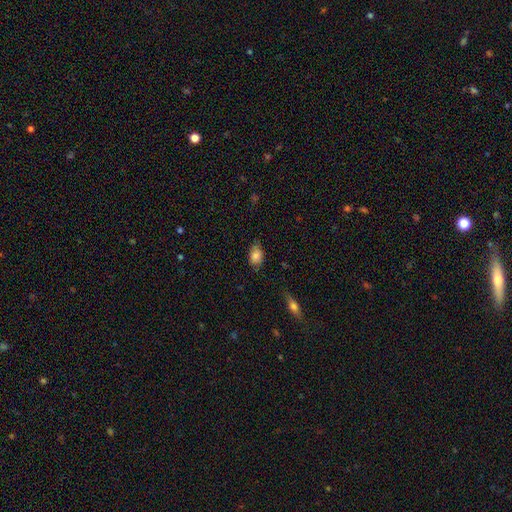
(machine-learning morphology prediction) Smooth or featured?
  - smooth: 82% *
  - featured or disk: 10%
  - star or artifact: 8%
How rounded?
  - in between: 81% *
  - round: 17%
  - cigar-shaped: 2%
Merging?
  - none: 70% *
  - minor disturbance: 24%
  - major disturbance: 4%
  - merger: 2%